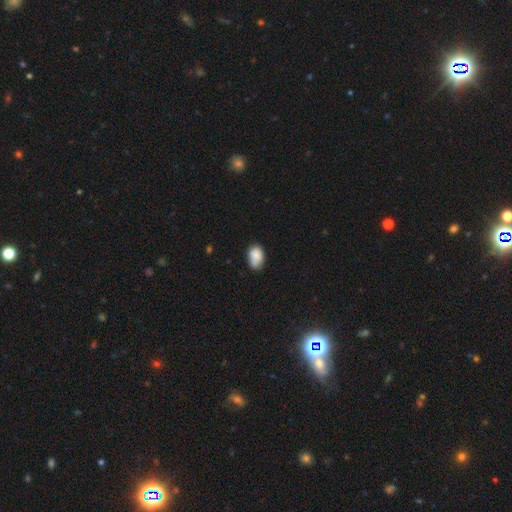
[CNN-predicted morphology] type=smooth (81%); roundness=in between (83%); merging=none (52%).